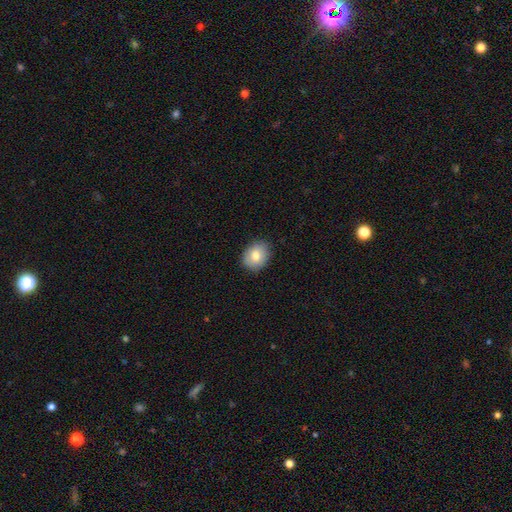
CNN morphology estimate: Smooth or featured? Predicted: smooth (p=0.80). How rounded? Predicted: in between (p=0.54). Merging? Predicted: none (p=0.86).